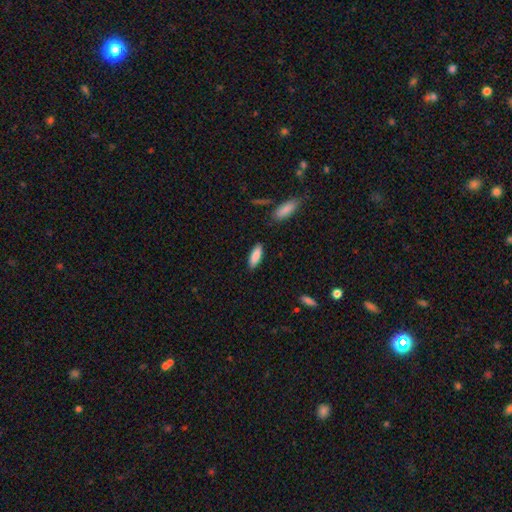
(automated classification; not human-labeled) Smooth or featured? smooth (86%)
How rounded? in between (56%)
Merging? none (86%)